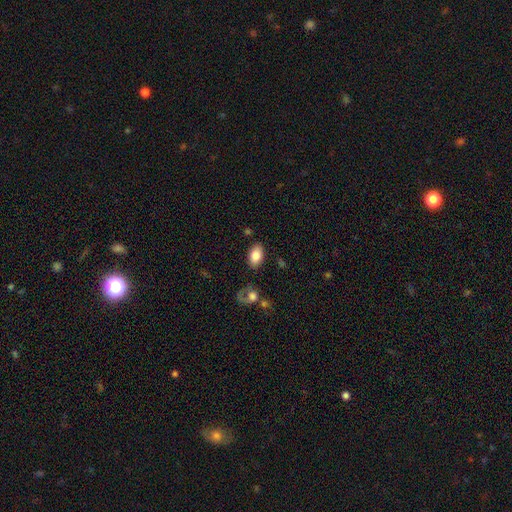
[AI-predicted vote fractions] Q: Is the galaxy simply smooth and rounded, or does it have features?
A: smooth — 82%.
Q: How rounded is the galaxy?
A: in between — 90%.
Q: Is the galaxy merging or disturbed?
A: none — 83%.